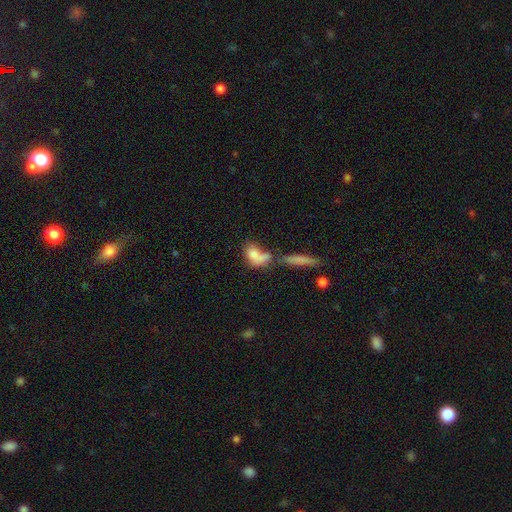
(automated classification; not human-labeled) smooth 72%, featured or disk 18%, star or artifact 10%. Down the decision tree: how rounded — in between (69%); merging — merger (49%).